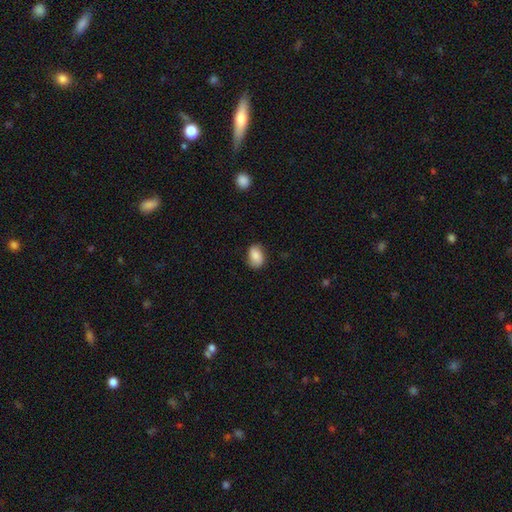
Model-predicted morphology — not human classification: This is clearly a smooth galaxy (84%). How rounded: clearly in between (82%). Merging: likely none (78%).